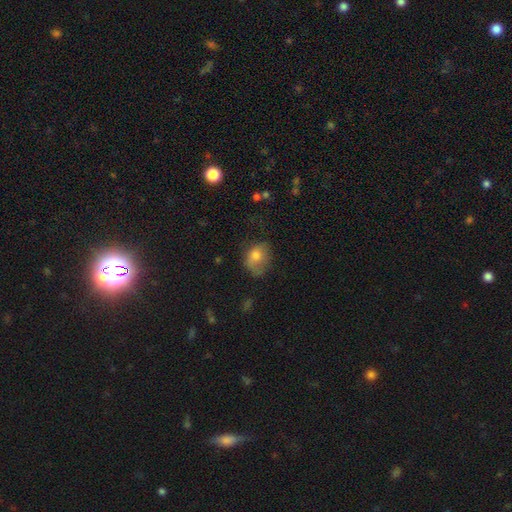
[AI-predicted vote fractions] Q: Smooth or featured?
A: smooth (71%); runner-up: featured or disk (19%)
Q: How rounded?
A: in between (59%); runner-up: round (40%)
Q: Merging?
A: none (38%); runner-up: minor disturbance (34%)